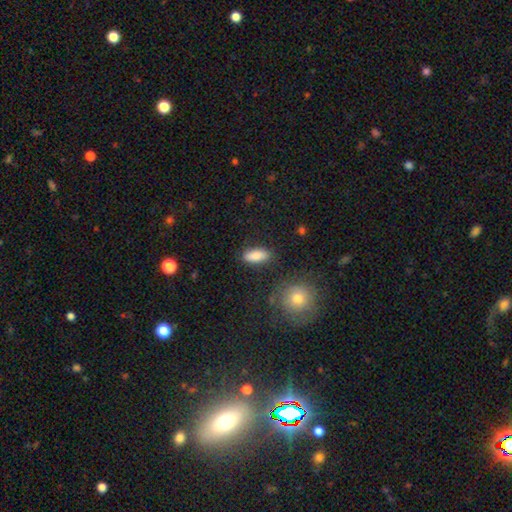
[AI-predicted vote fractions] This is clearly a smooth galaxy (85%). How rounded: clearly in between (82%). Merging: clearly none (82%).